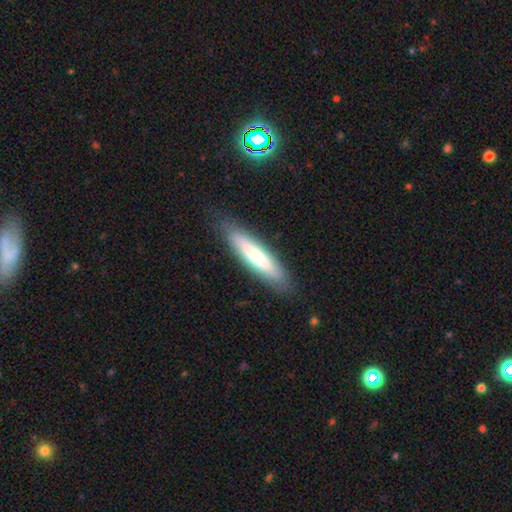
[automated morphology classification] smooth_or_featured: smooth (p=0.63) [alt: featured or disk p=0.29]
how_rounded: cigar-shaped (p=0.84) [alt: in between p=0.15]
merging: none (p=0.86) [alt: minor disturbance p=0.10]